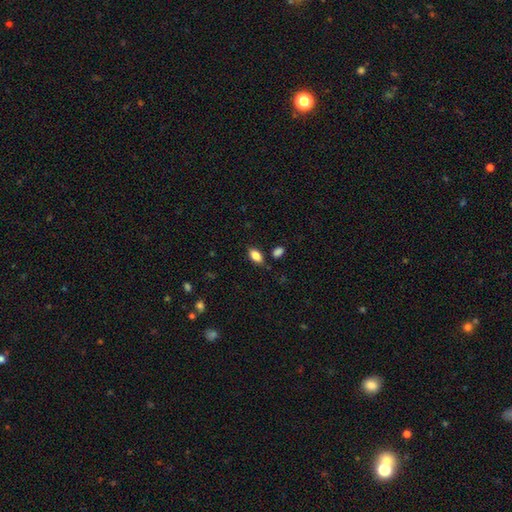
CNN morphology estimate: Smooth or featured? smooth (83%)
How rounded? in between (90%)
Merging? none (82%)